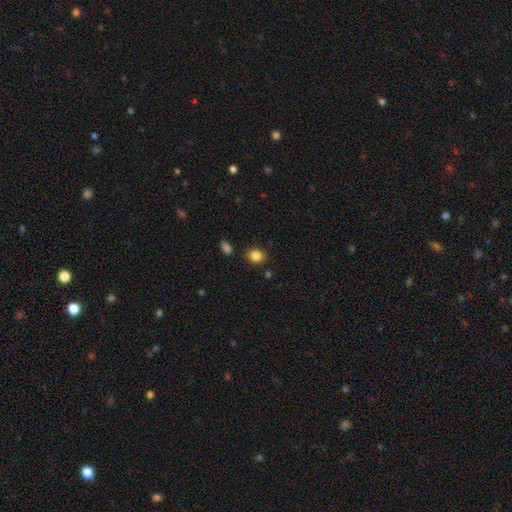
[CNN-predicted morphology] smooth_or_featured: smooth (p=0.85) [alt: star or artifact p=0.11]
how_rounded: round (p=0.73) [alt: in between p=0.26]
merging: none (p=0.86) [alt: minor disturbance p=0.08]